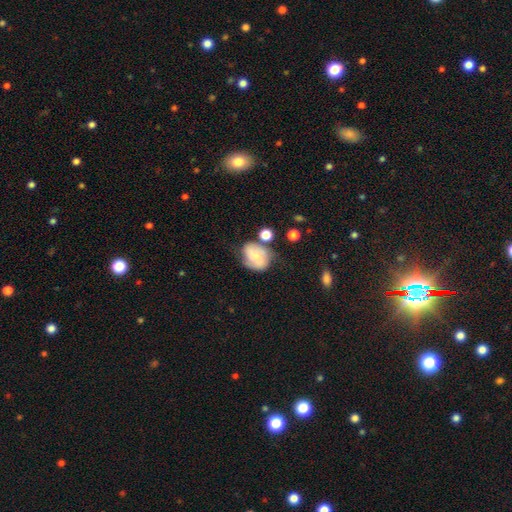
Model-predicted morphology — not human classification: The model was most divided on "how rounded": in between: 55%, round: 44%, cigar-shaped: 1%. Remaining: smooth or featured — smooth (53%); merging — none (49%).